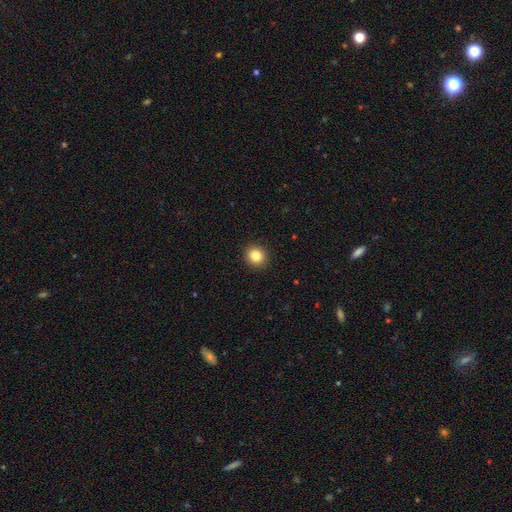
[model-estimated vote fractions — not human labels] Smooth or featured?
  - smooth: 85% *
  - star or artifact: 10%
  - featured or disk: 5%
How rounded?
  - round: 85% *
  - in between: 15%
  - cigar-shaped: 1%
Merging?
  - none: 92% *
  - minor disturbance: 6%
  - major disturbance: 2%
  - merger: 1%